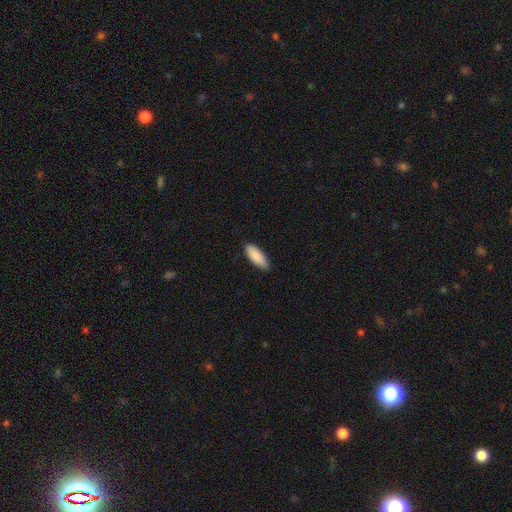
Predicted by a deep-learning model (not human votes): This is clearly a smooth galaxy (89%). How rounded: likely in between (74%). Merging: clearly none (86%).